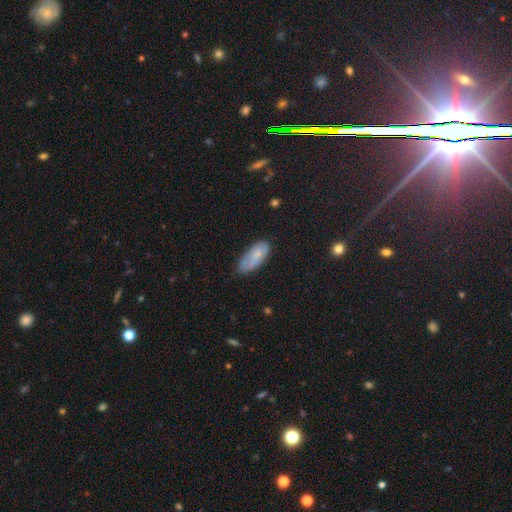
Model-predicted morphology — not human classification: This appears to be a smooth galaxy with no disk features (74%) that is in between round and cigar-shaped (83%). Merging: none (58%).